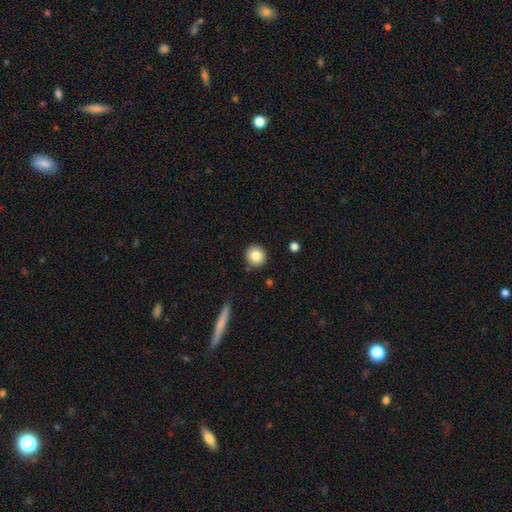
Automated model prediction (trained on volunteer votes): Overall: smooth (83%). How rounded: round (93%). Merging: none (90%).